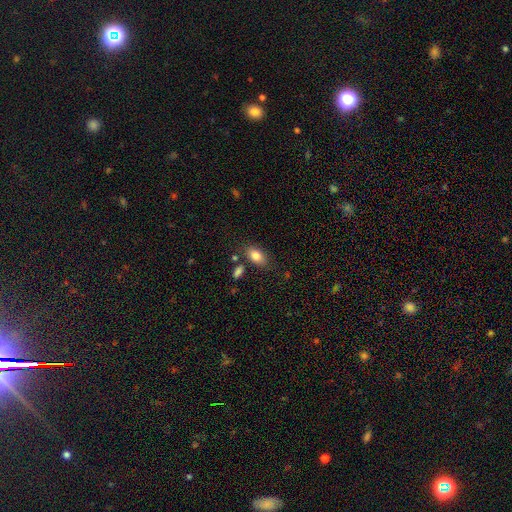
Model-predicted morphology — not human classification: Q: Smooth or featured?
A: smooth (83%); runner-up: featured or disk (9%)
Q: How rounded?
A: in between (89%); runner-up: round (8%)
Q: Merging?
A: none (77%); runner-up: minor disturbance (13%)